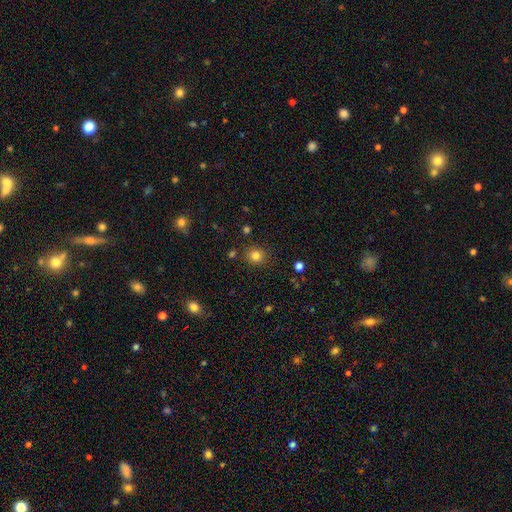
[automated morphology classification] smooth 81%, star or artifact 13%, featured or disk 6%. Down the decision tree: how rounded — round (85%); merging — none (86%).